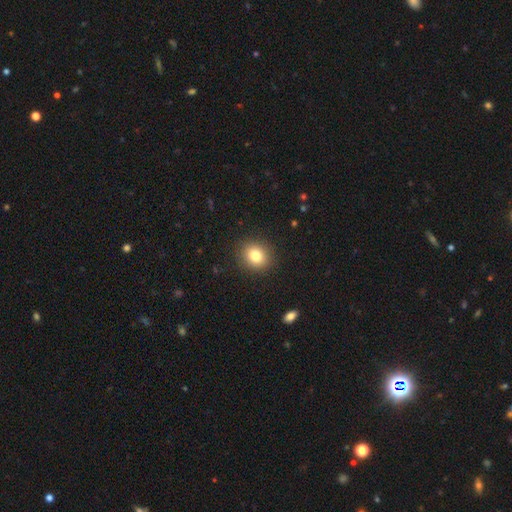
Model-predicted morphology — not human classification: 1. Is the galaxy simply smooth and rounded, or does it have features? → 81% smooth, 11% star or artifact, 8% featured or disk.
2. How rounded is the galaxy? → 74% round, 26% in between, 1% cigar-shaped.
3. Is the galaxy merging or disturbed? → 90% none, 7% minor disturbance, 2% major disturbance, 1% merger.